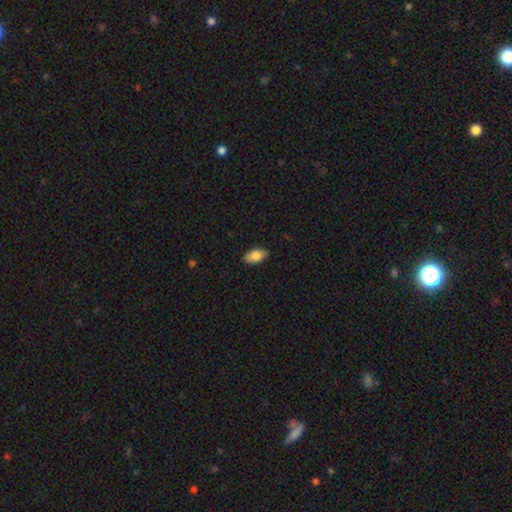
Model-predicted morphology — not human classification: smooth-or-featured: smooth: 83% | featured or disk: 11% | star or artifact: 7%
  how-rounded: in between: 93% | round: 4% | cigar-shaped: 3%
  merging: none: 87% | minor disturbance: 10% | major disturbance: 2% | merger: 1%